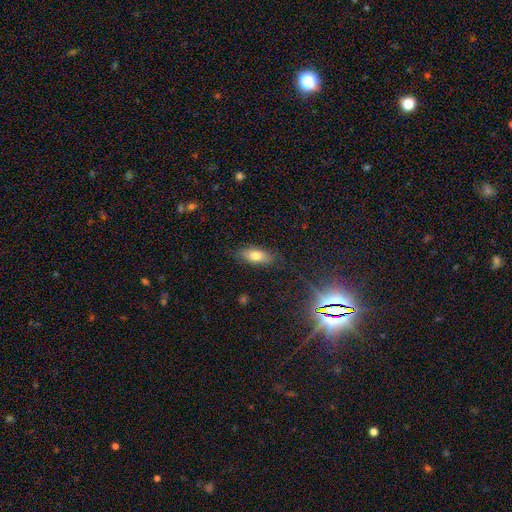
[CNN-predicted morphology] Smooth or featured? Predicted: smooth (p=0.74). How rounded? Predicted: in between (p=0.81). Merging? Predicted: none (p=0.83).